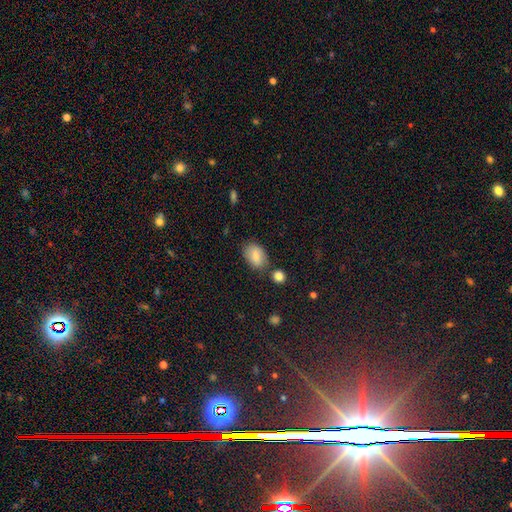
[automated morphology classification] Smooth or featured?
  - smooth: 82% *
  - featured or disk: 10%
  - star or artifact: 8%
How rounded?
  - in between: 85% *
  - round: 13%
  - cigar-shaped: 2%
Merging?
  - none: 69% *
  - minor disturbance: 18%
  - merger: 9%
  - major disturbance: 4%